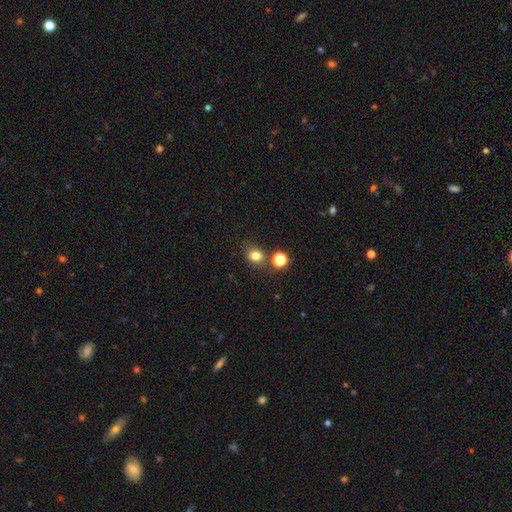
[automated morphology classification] smooth 80%, star or artifact 15%, featured or disk 6%. Down the decision tree: how rounded — round (66%); merging — none (74%).